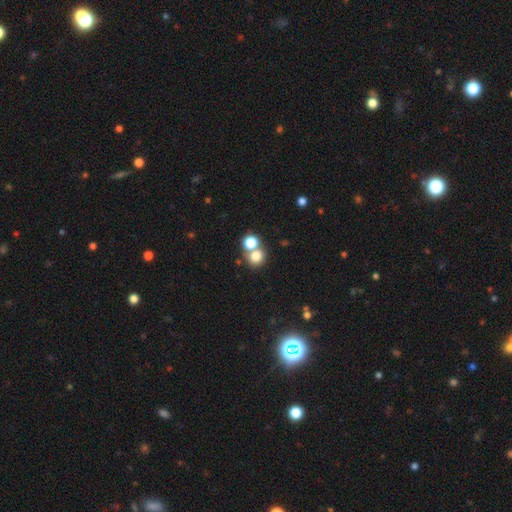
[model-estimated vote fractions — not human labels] smooth_or_featured: smooth (p=0.76) [alt: star or artifact p=0.15]
how_rounded: round (p=0.82) [alt: in between p=0.17]
merging: none (p=0.49) [alt: merger p=0.41]